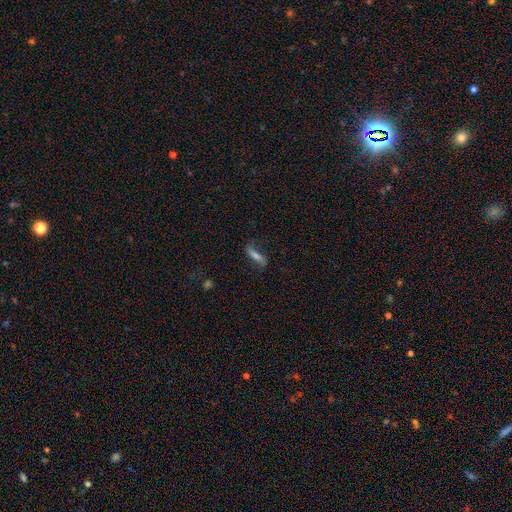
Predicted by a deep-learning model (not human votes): Morphology: type=smooth (50%); roundness=cigar-shaped (61%); merging=none (64%).